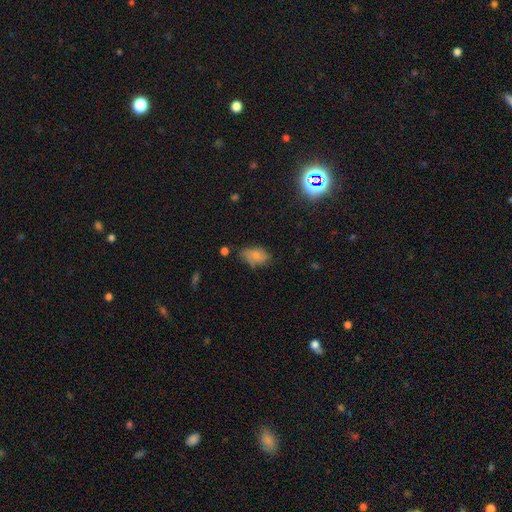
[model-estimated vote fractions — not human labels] Smooth or featured? smooth (75%)
How rounded? in between (90%)
Merging? none (55%)